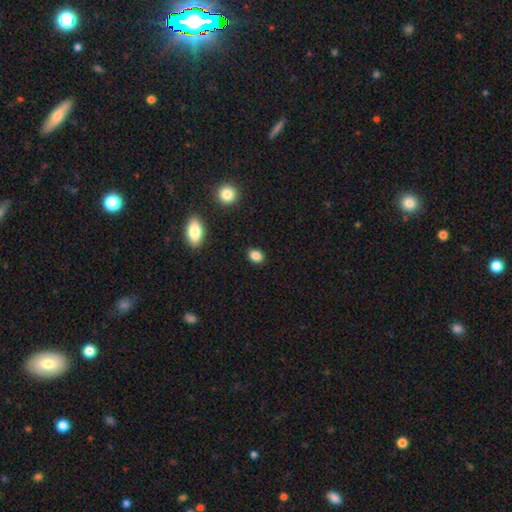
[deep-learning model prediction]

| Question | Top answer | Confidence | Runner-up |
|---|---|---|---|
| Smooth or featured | smooth | 86% | star or artifact (10%) |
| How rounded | in between | 61% | round (38%) |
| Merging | none | 88% | minor disturbance (8%) |